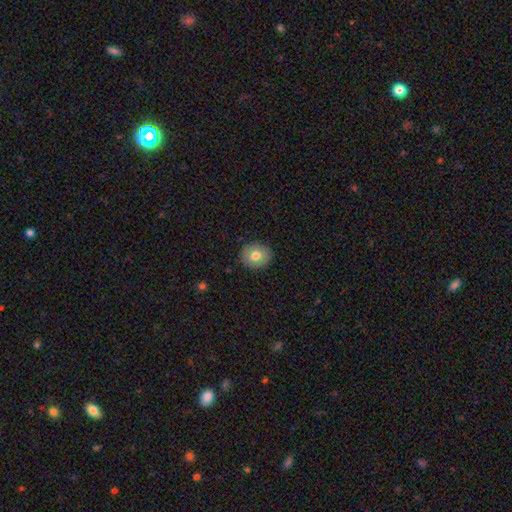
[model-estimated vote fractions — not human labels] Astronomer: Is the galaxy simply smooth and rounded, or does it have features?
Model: smooth — 73%.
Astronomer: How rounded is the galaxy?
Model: round — 70%.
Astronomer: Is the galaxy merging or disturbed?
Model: none — 88%.